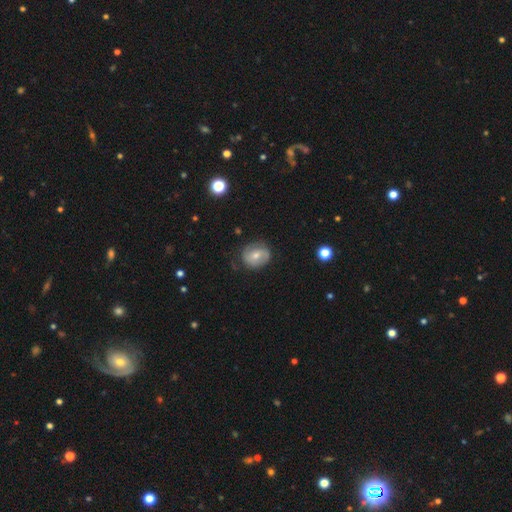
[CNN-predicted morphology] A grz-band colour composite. It shows a featured or disk galaxy (49%). Merging: none (69%).